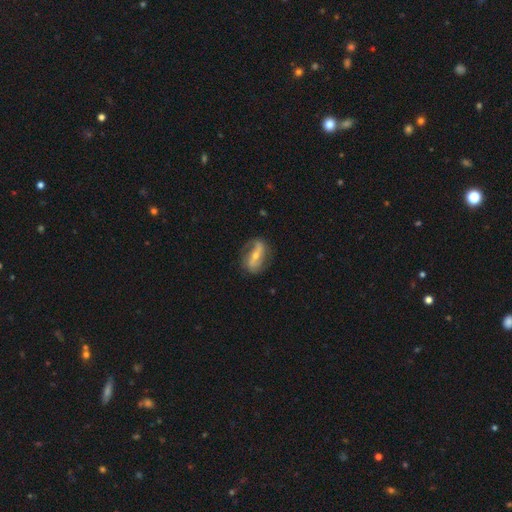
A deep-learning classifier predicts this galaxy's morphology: featured or disk 75%, smooth 19%, star or artifact 6%. Down the decision tree: edge-on disk — no (91%); bar — strong (55%); spiral arms — yes (85%); spiral arm count — 2 (84%); spiral winding — loose (49%); bulge size — small (50%); merging — none (73%).